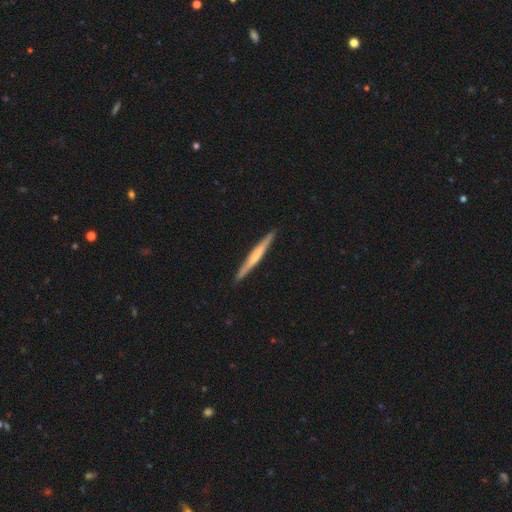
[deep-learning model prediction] Morphology: type=featured or disk (50%); merging=none (91%).